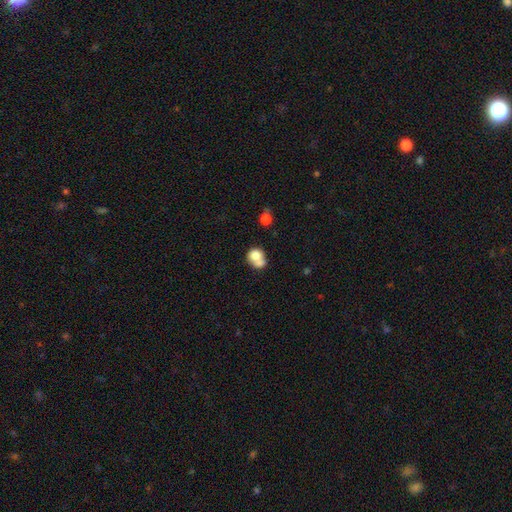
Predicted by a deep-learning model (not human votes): A smooth galaxy with no disk features (74%) that is round (66%). Merging: merger (50%).